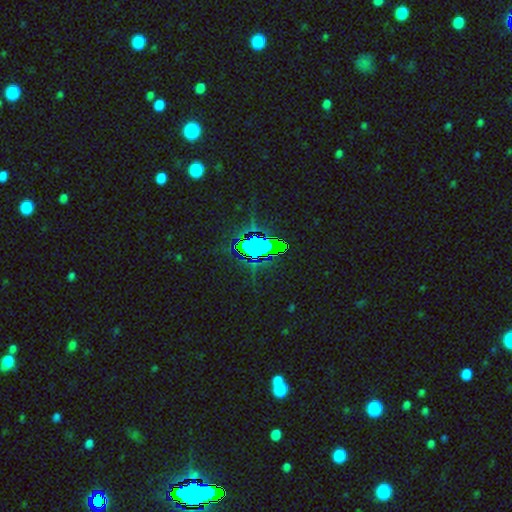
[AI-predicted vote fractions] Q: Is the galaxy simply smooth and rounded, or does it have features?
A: star or artifact — 75%.